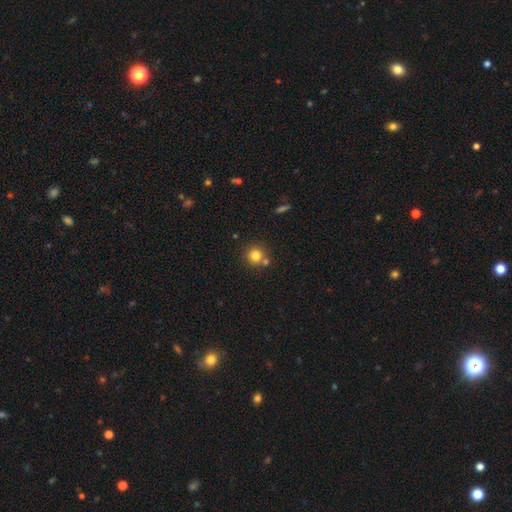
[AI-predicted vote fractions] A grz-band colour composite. It shows a smooth galaxy with no disk features (80%) that is round (93%). Merging: none (69%).